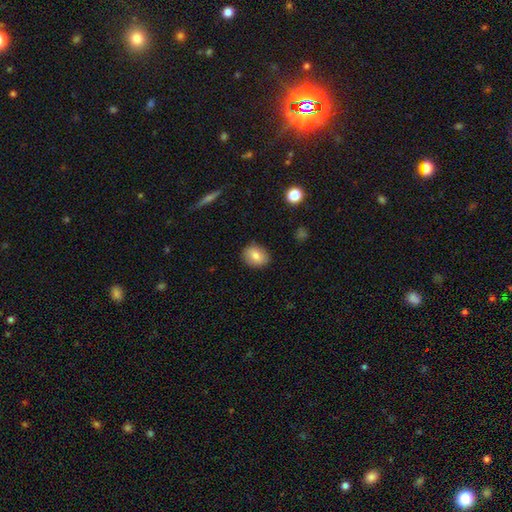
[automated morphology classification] This appears to be a smooth galaxy with no disk features (80%) that is in between round and cigar-shaped (51%). Merging: none (87%).